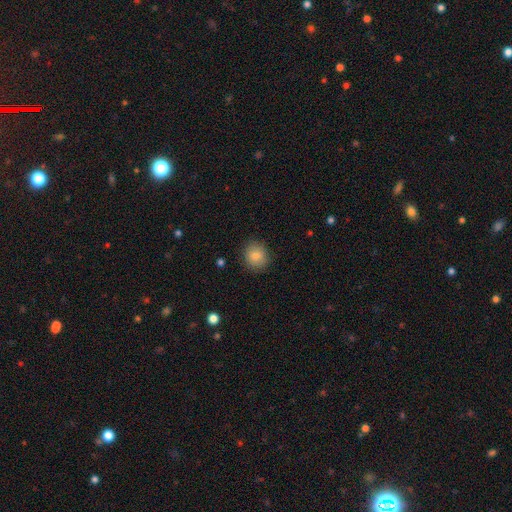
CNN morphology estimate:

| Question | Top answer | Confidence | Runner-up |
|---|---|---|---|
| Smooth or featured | smooth | 83% | star or artifact (9%) |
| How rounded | round | 83% | in between (16%) |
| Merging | none | 88% | minor disturbance (9%) |